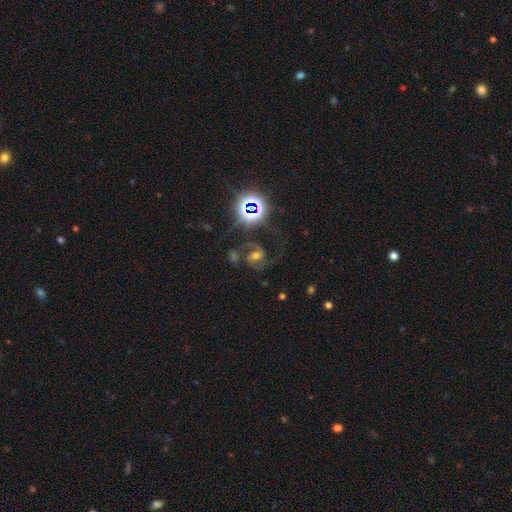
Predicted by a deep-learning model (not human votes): Q: Smooth or featured?
A: featured or disk (61%); runner-up: star or artifact (26%)
Q: Edge-on disk?
A: no (97%); runner-up: yes (3%)
Q: Bar?
A: weak (39%); runner-up: no (34%)
Q: Spiral arms?
A: yes (92%); runner-up: no (8%)
Q: Spiral winding?
A: medium (56%); runner-up: loose (26%)
Q: Spiral arm count?
A: 2 (83%); runner-up: 1 (6%)
Q: Bulge size?
A: moderate (57%); runner-up: small (23%)
Q: Merging?
A: none (55%); runner-up: major disturbance (19%)